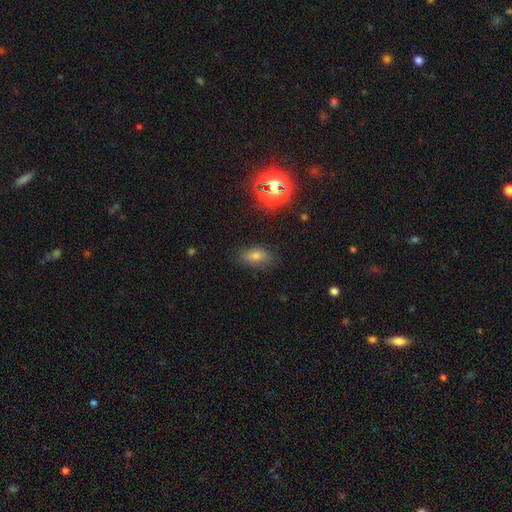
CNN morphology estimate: A smooth galaxy with no disk features (59%) that is in between round and cigar-shaped (81%).

Vote fractions:
- Smooth or featured? smooth: 59% / star or artifact: 25% / featured or disk: 16%
- How rounded? in between: 81% / round: 13% / cigar-shaped: 6%
- Merging? none: 82% / minor disturbance: 14% / major disturbance: 4% / merger: 1%